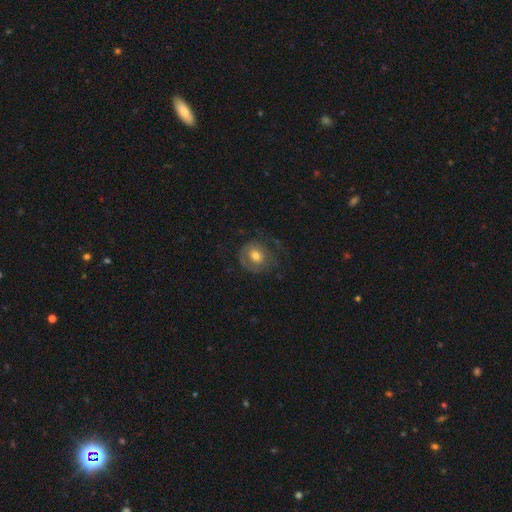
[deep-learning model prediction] A smooth galaxy with no disk features (48%).

Vote fractions:
- Smooth or featured? smooth: 48% / featured or disk: 44% / star or artifact: 8%
- Merging? none: 57% / minor disturbance: 22% / major disturbance: 20% / merger: 1%